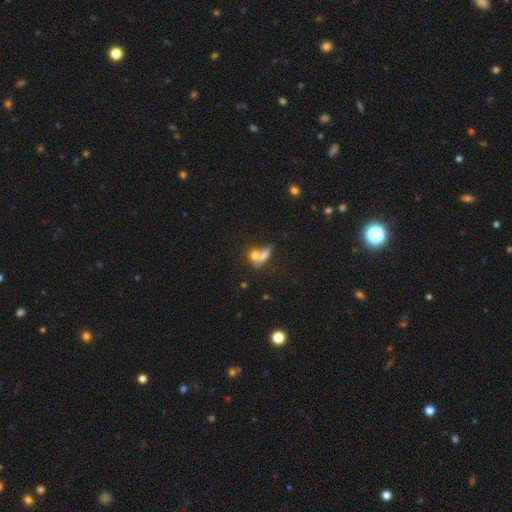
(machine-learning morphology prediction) Smooth or featured: smooth — 70% (featured or disk — 19%)
How rounded: in between — 48% (round — 36%)
Merging: merger — 56% (none — 29%)